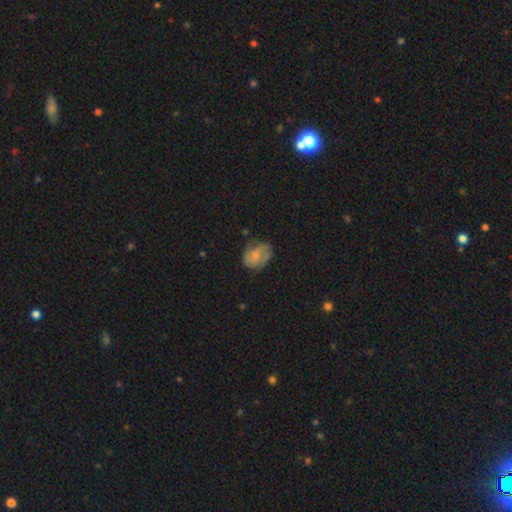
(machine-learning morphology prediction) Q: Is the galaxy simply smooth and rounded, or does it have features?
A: featured or disk — 48%.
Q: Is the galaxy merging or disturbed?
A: none — 61%.